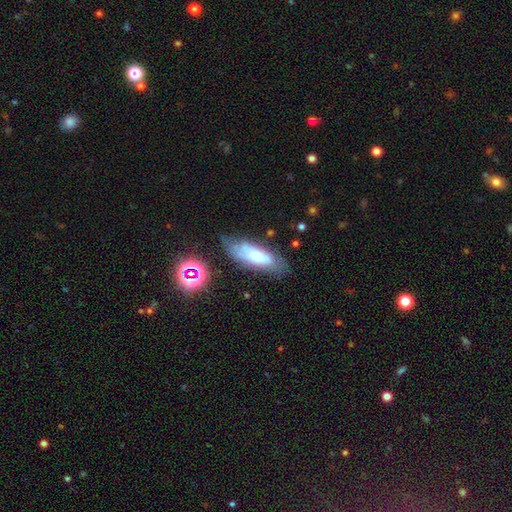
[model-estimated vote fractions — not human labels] A smooth galaxy with no disk features (61%) that is in between round and cigar-shaped (62%). Merging: none (60%).